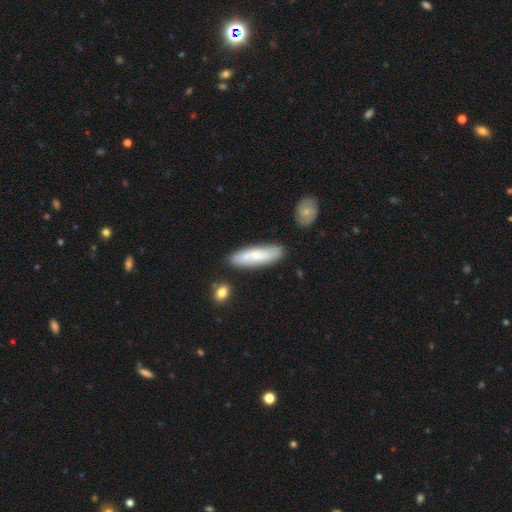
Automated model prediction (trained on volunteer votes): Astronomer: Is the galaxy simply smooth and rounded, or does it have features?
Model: smooth — 57% (runner-up: featured or disk, 37%).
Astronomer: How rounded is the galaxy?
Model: cigar-shaped — 58% (runner-up: in between, 40%).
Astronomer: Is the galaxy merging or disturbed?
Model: none — 80%.